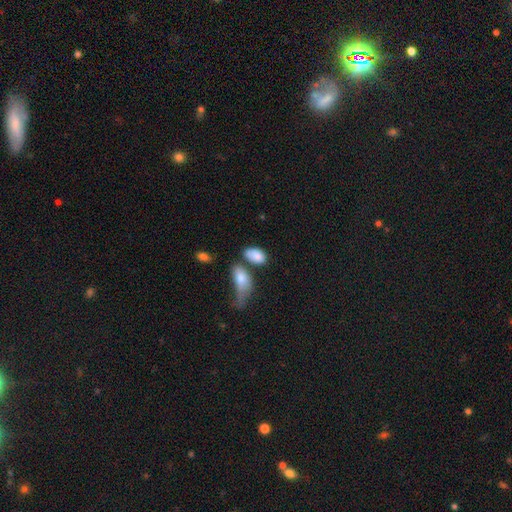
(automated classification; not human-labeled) Smooth or featured?
  - smooth: 84% *
  - featured or disk: 10%
  - star or artifact: 7%
How rounded?
  - in between: 92% *
  - round: 5%
  - cigar-shaped: 3%
Merging?
  - none: 40% *
  - merger: 26%
  - minor disturbance: 21%
  - major disturbance: 13%